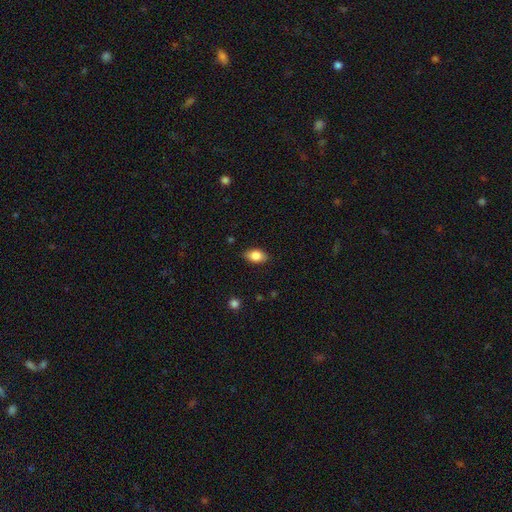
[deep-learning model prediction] Overall: smooth (83%). How rounded: in between (88%). Merging: none (85%).